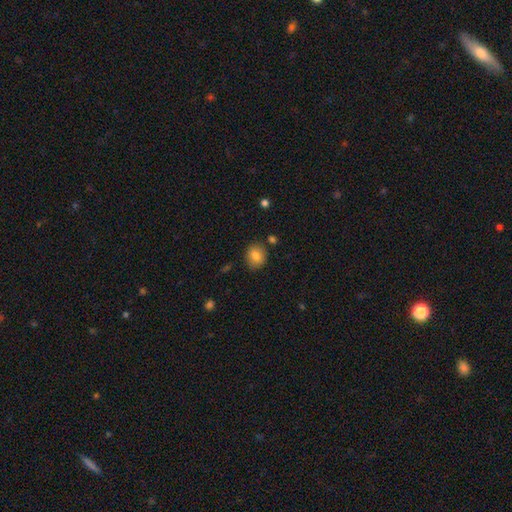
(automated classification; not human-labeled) smooth_or_featured: smooth (p=0.81) [alt: featured or disk p=0.10]
how_rounded: round (p=0.68) [alt: in between p=0.32]
merging: none (p=0.84) [alt: minor disturbance p=0.10]